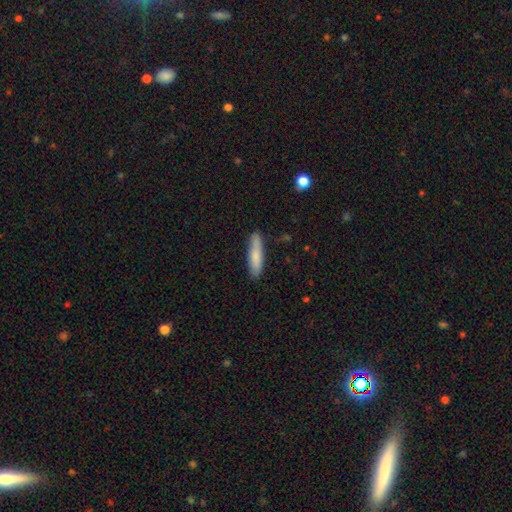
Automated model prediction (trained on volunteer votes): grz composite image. It shows a smooth galaxy with no disk features (79%) that is cigar-shaped (80%). Merging: none (84%).